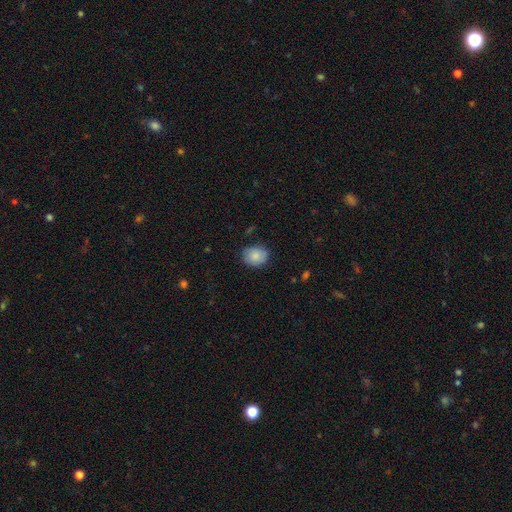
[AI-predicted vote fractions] A smooth galaxy with no disk features (84%) that is round (59%).

Vote fractions:
- Smooth or featured? smooth: 84% / featured or disk: 8% / star or artifact: 7%
- How rounded? round: 59% / in between: 40% / cigar-shaped: 1%
- Merging? none: 78% / minor disturbance: 17% / major disturbance: 3% / merger: 1%